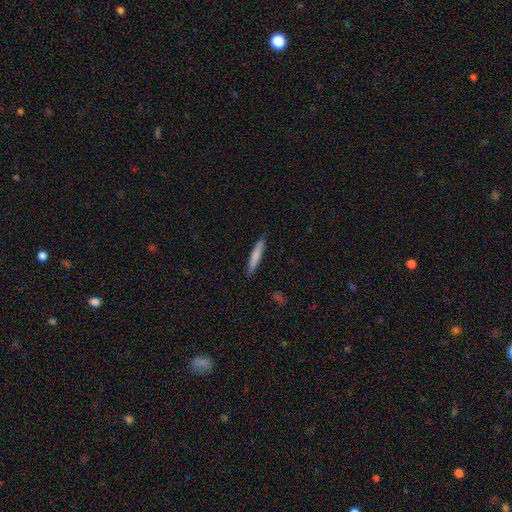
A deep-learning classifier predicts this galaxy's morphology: The model was most divided on "smooth or featured": smooth: 78%, featured or disk: 16%, star or artifact: 6%. More confident: how rounded — cigar-shaped (91%); merging — none (87%).